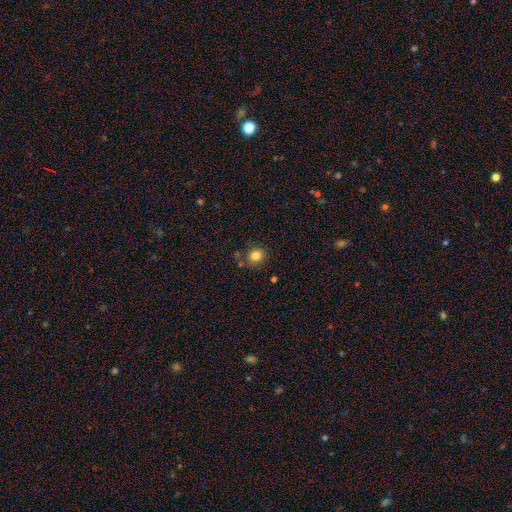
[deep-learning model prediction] The model was most divided on "merging": none: 76%, minor disturbance: 12%, merger: 7%, major disturbance: 4%. More confident: how rounded — round (84%); smooth or featured — smooth (82%).